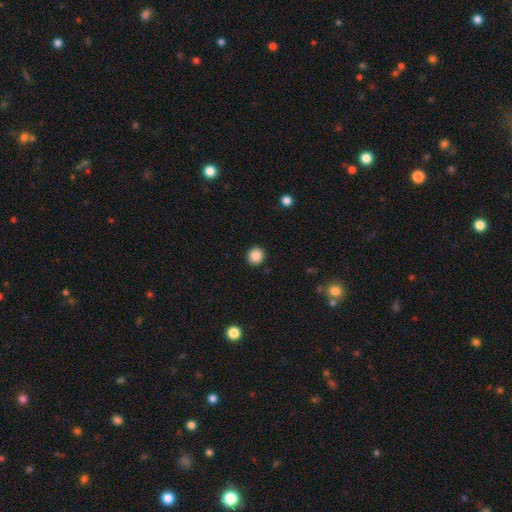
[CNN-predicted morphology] smooth_or_featured: smooth (p=0.87) [alt: star or artifact p=0.10]
how_rounded: round (p=0.90) [alt: in between p=0.09]
merging: none (p=0.92) [alt: minor disturbance p=0.05]